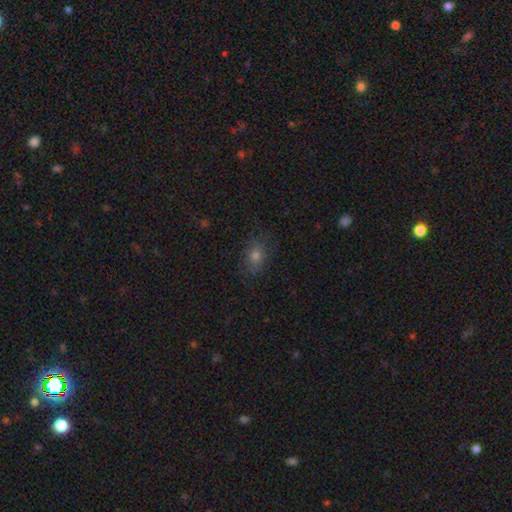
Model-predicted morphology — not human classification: Smooth or featured?
  - smooth: 68% *
  - star or artifact: 19%
  - featured or disk: 13%
How rounded?
  - in between: 61% *
  - round: 37%
  - cigar-shaped: 2%
Merging?
  - none: 79% *
  - minor disturbance: 15%
  - major disturbance: 4%
  - merger: 1%